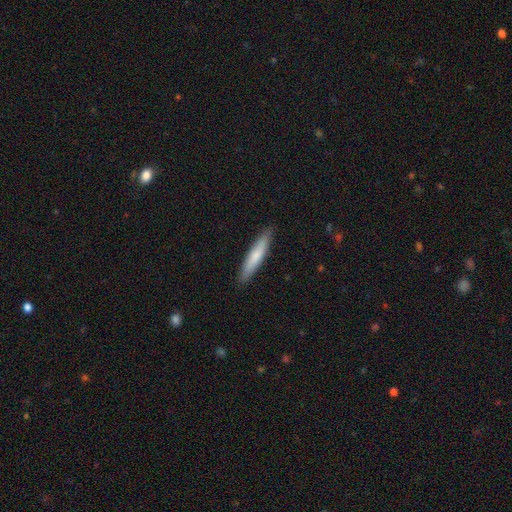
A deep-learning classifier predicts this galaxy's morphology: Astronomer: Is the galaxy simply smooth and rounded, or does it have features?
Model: smooth — 71%.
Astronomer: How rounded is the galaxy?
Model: cigar-shaped — 91%.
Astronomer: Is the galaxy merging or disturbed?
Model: none — 90%.